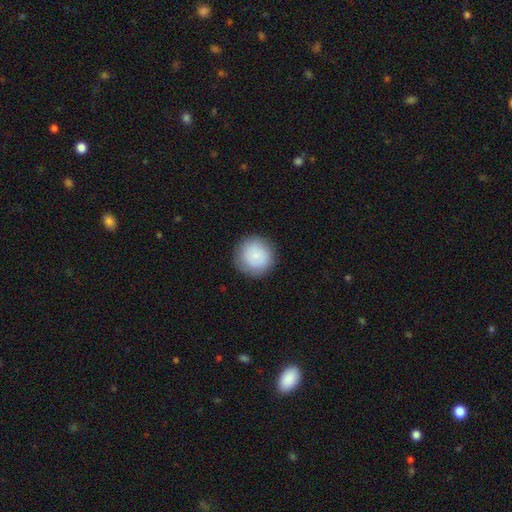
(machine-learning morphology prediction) smooth 84%, featured or disk 9%, star or artifact 7%. Down the decision tree: how rounded — round (94%); merging — none (87%).